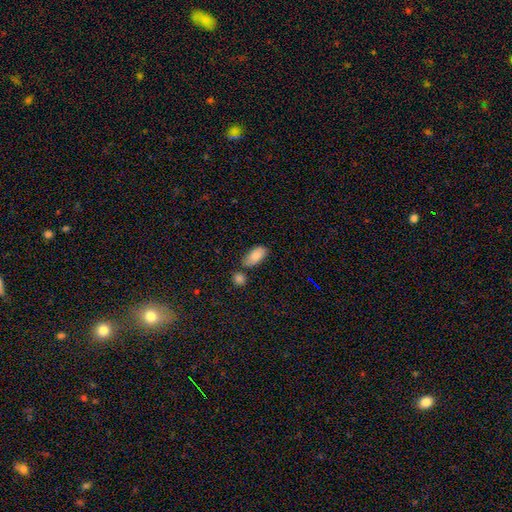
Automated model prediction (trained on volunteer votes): Smooth or featured: smooth — 84% (featured or disk — 8%)
How rounded: in between — 92% (cigar-shaped — 5%)
Merging: none — 63% (minor disturbance — 19%)